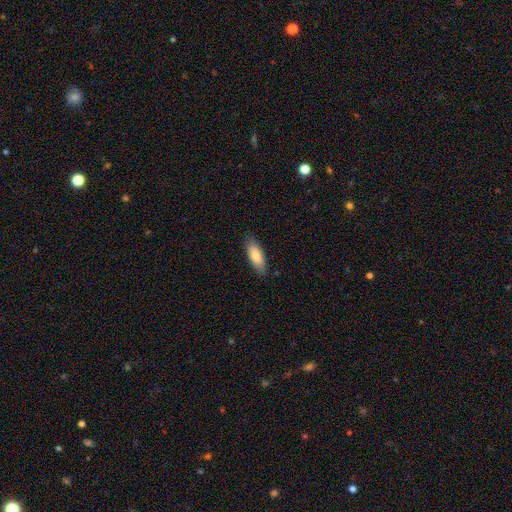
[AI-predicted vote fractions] This is clearly a smooth galaxy (82%). How rounded: likely in between (74%). Merging: clearly none (85%).